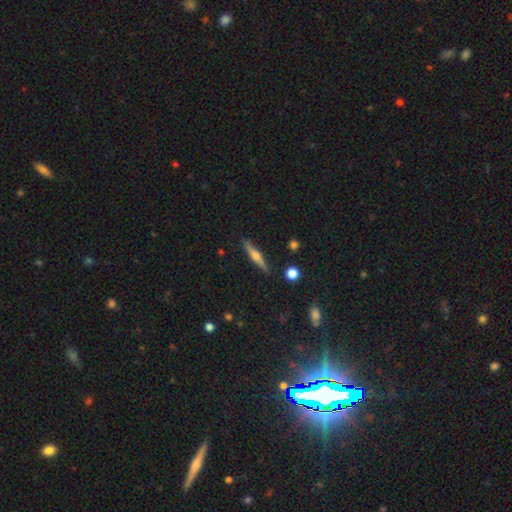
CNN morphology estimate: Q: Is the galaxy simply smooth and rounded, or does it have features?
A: featured or disk — 59%.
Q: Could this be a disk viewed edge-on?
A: yes — 96%.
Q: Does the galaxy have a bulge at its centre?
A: rounded — 86%.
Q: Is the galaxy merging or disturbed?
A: none — 88%.